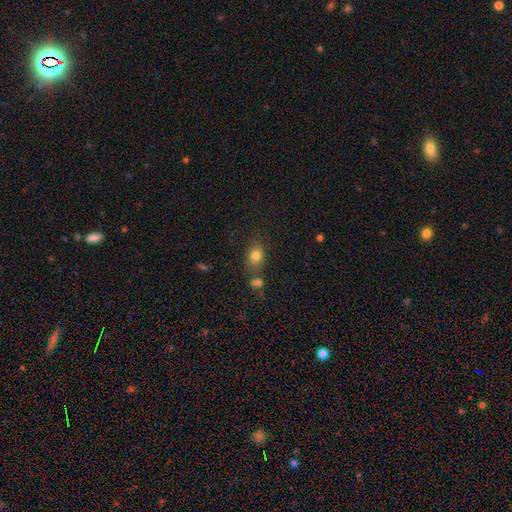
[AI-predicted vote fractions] This is likely a smooth galaxy (79%). How rounded: possibly in between (58%). Merging: likely none (69%).